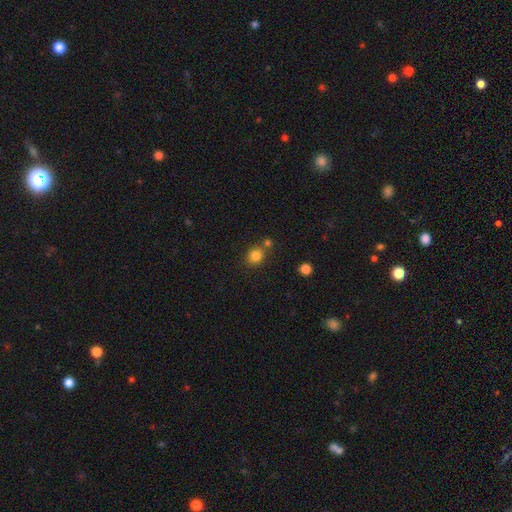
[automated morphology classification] A smooth galaxy with no disk features (83%) that is round (77%).

Vote fractions:
- Smooth or featured? smooth: 83% / star or artifact: 12% / featured or disk: 5%
- How rounded? round: 77% / in between: 22% / cigar-shaped: 1%
- Merging? none: 70% / merger: 17% / minor disturbance: 10% / major disturbance: 3%